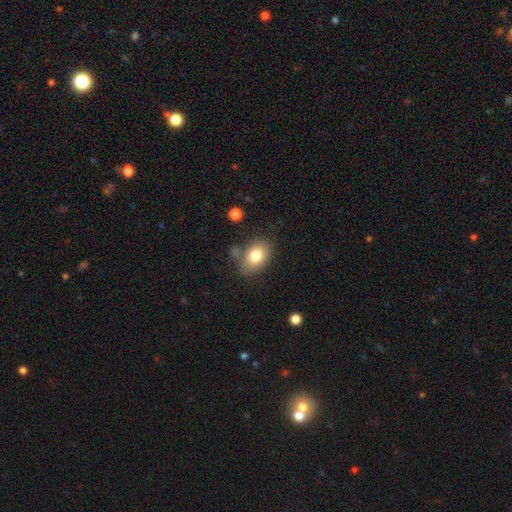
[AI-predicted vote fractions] Morphology: type=smooth (79%); roundness=in between (79%); merging=none (74%).